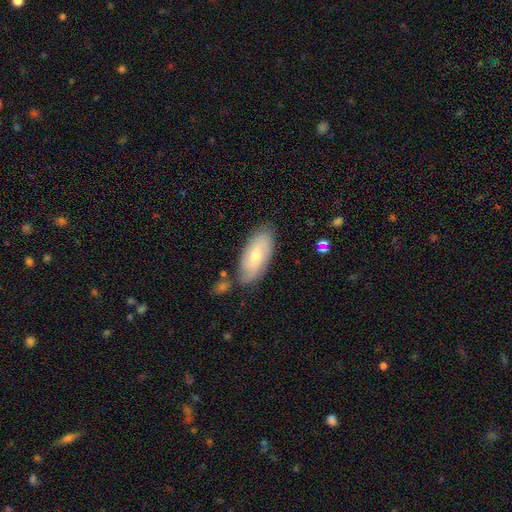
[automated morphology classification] Q: Smooth or featured?
A: smooth (54%); runner-up: featured or disk (39%)
Q: How rounded?
A: in between (87%); runner-up: cigar-shaped (11%)
Q: Merging?
A: none (72%); runner-up: minor disturbance (19%)